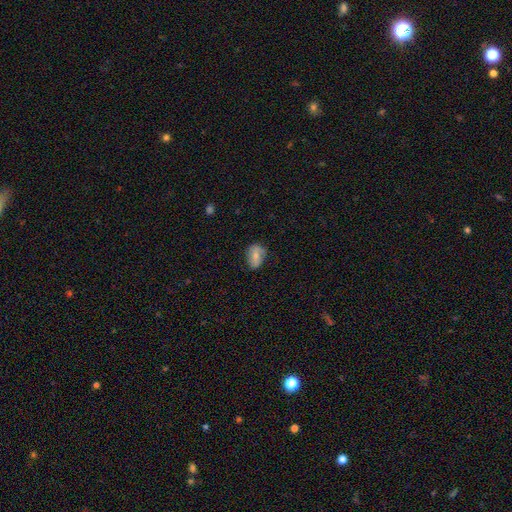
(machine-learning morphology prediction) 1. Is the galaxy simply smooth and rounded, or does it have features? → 62% smooth, 30% featured or disk, 8% star or artifact.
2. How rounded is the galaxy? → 77% in between, 21% round, 2% cigar-shaped.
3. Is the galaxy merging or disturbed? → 61% none, 30% minor disturbance, 8% major disturbance, 2% merger.